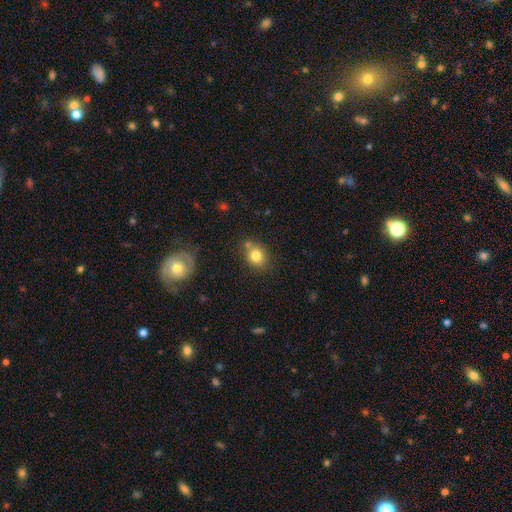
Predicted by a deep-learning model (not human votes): A smooth galaxy with no disk features (80%) that is round (67%).

Vote fractions:
- Smooth or featured? smooth: 80% / star or artifact: 10% / featured or disk: 9%
- How rounded? round: 67% / in between: 32% / cigar-shaped: 1%
- Merging? none: 66% / merger: 15% / minor disturbance: 14% / major disturbance: 4%